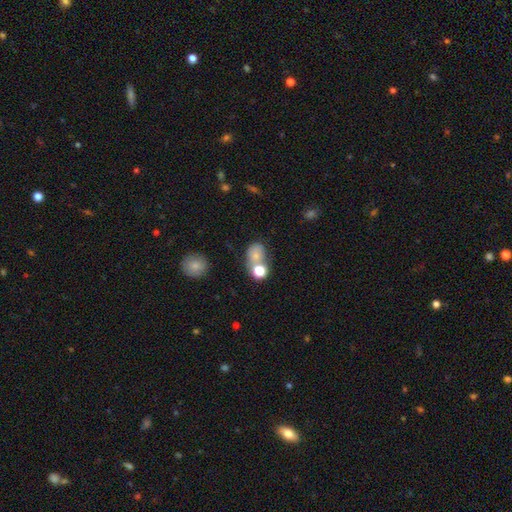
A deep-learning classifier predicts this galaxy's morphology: This is likely a smooth galaxy (71%). How rounded: possibly in between (53%). Merging: marginally merger (39%, tied with none).